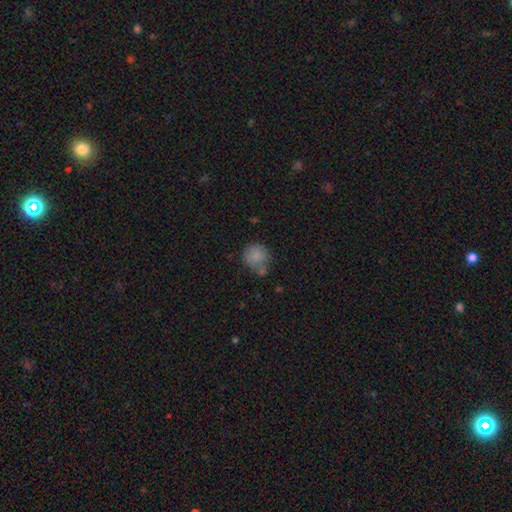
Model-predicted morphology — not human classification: This appears to be a smooth galaxy with no disk features (82%) that is round (87%). Merging: none (58%).